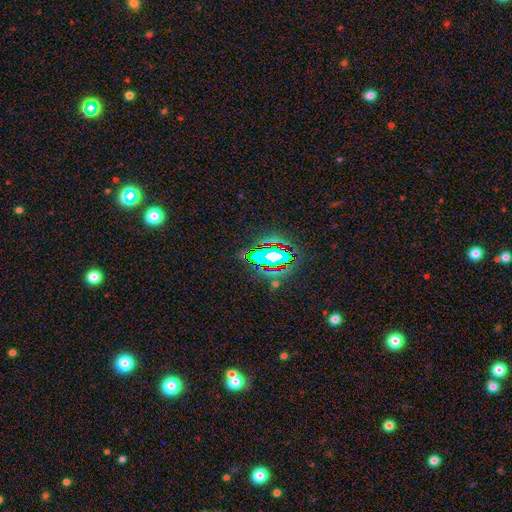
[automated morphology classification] star or artifact 71%, smooth 17%, featured or disk 12%.